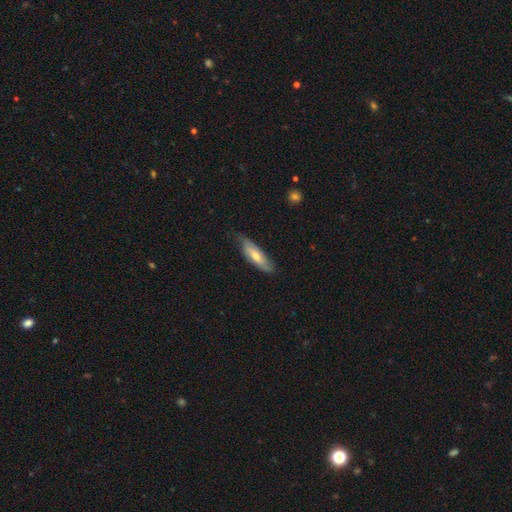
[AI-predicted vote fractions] Smooth or featured?
  - smooth: 49% *
  - featured or disk: 43%
  - star or artifact: 7%
Merging?
  - none: 72% *
  - minor disturbance: 22%
  - major disturbance: 4%
  - merger: 1%